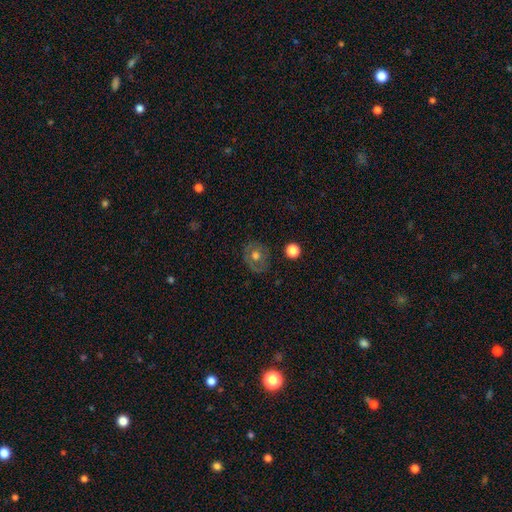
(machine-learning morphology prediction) Smooth or featured? Predicted: smooth (p=0.53). How rounded? Predicted: round (p=0.66). Merging? Predicted: none (p=0.78).